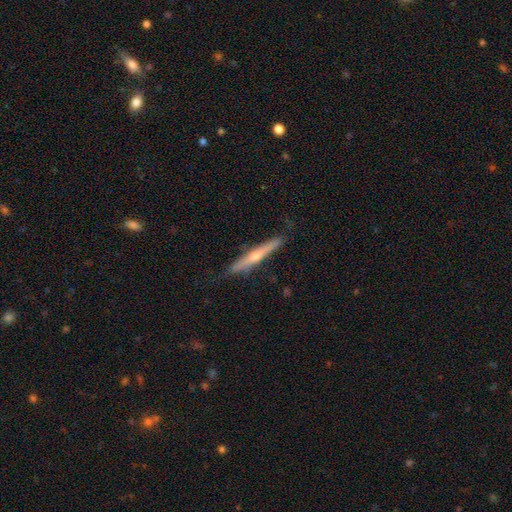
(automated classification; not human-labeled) A featured or disk galaxy (60%) viewed edge-on (96%) with a rounded central bulge (72%). Merging: none (84%).